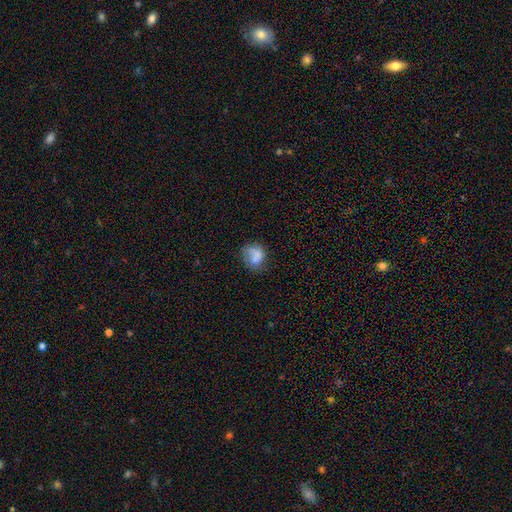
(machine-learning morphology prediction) The model was most divided on "merging": none: 39%, merger: 24%, minor disturbance: 23%, major disturbance: 15%. More confident: smooth or featured — smooth (68%); how rounded — round (60%).